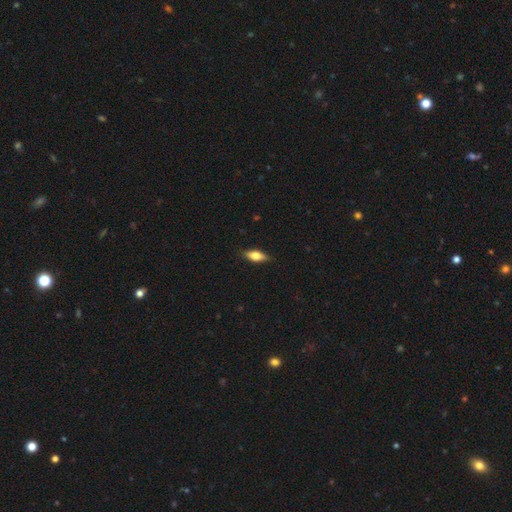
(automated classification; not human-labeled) This appears to be a smooth galaxy with no disk features (69%) that is in between round and cigar-shaped (71%). Merging: none (86%).